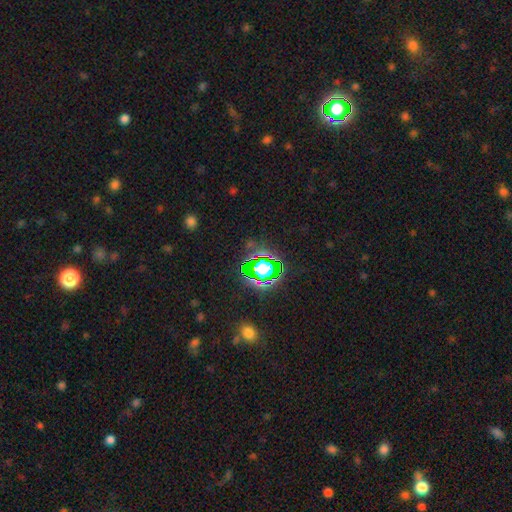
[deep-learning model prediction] This appears to be a star or artifact, not a galaxy (77%).